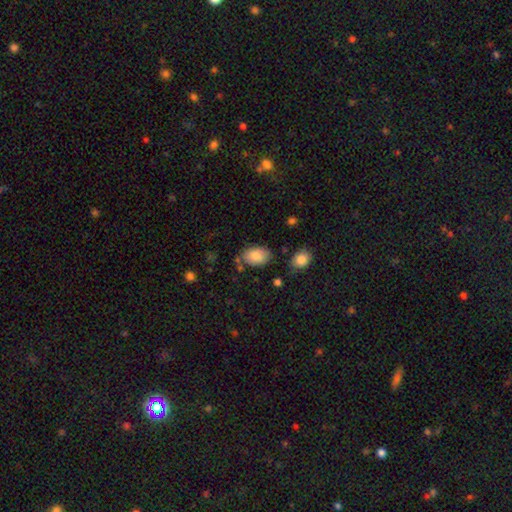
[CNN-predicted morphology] type=smooth (82%); roundness=in between (89%); merging=none (75%).